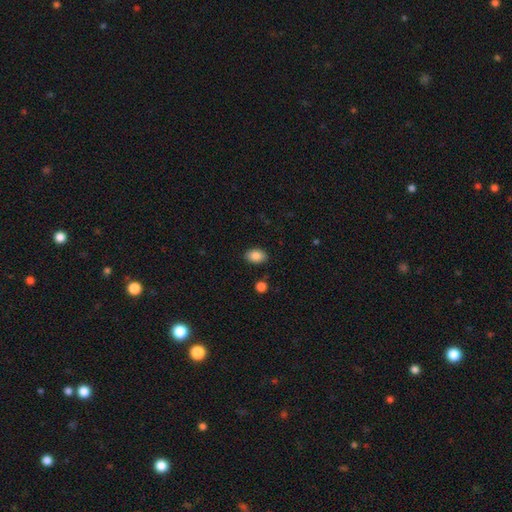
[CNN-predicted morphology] Smooth or featured?
  - smooth: 87% *
  - star or artifact: 8%
  - featured or disk: 5%
How rounded?
  - in between: 84% *
  - round: 15%
  - cigar-shaped: 1%
Merging?
  - none: 87% *
  - minor disturbance: 9%
  - major disturbance: 2%
  - merger: 2%